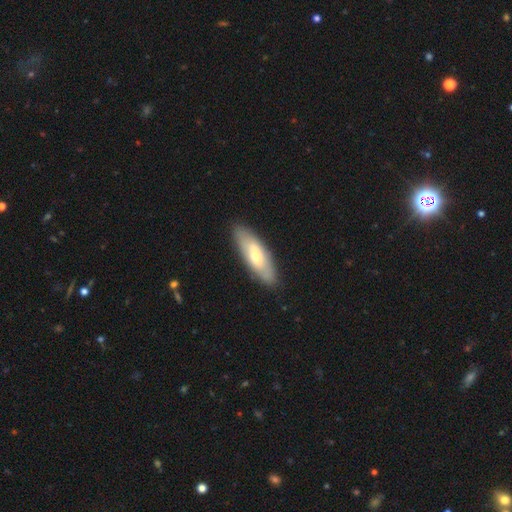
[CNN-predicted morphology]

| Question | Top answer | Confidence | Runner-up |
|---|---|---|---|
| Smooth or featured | smooth | 58% | featured or disk (36%) |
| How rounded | in between | 59% | cigar-shaped (39%) |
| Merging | none | 87% | minor disturbance (10%) |